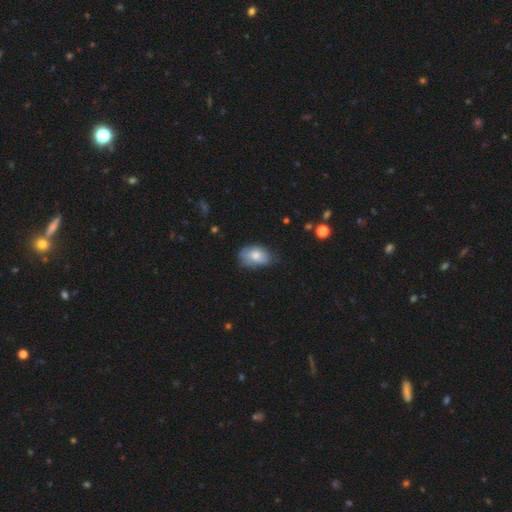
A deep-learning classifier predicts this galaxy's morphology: type=smooth (70%); roundness=in between (84%); merging=none (51%).